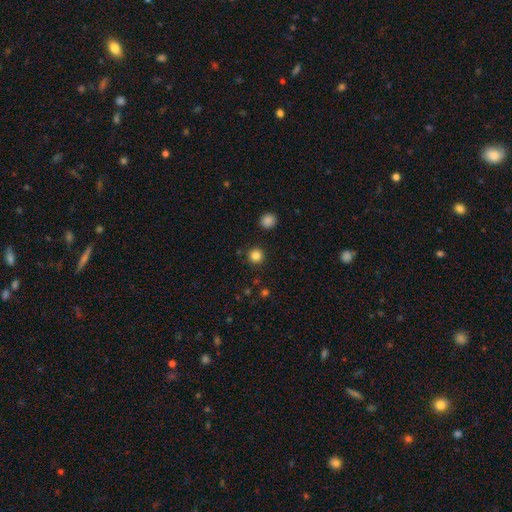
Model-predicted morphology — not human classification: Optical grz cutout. It shows a smooth galaxy with no disk features (84%) that is round (95%). Merging: none (91%).